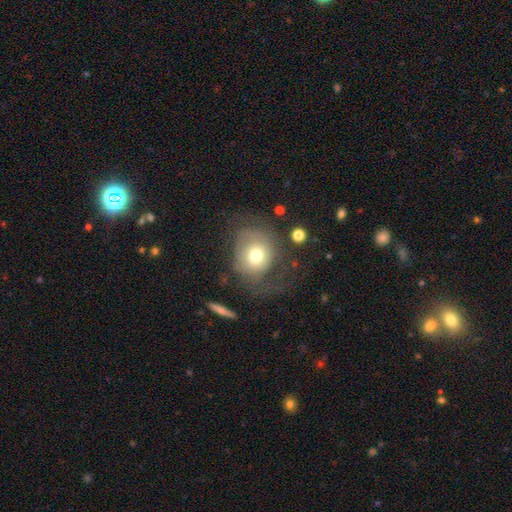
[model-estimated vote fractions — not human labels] Overall: smooth (60%; featured or disk 30%). How rounded: round (67%; in between 32%). Merging: none (41%; major disturbance 35%).